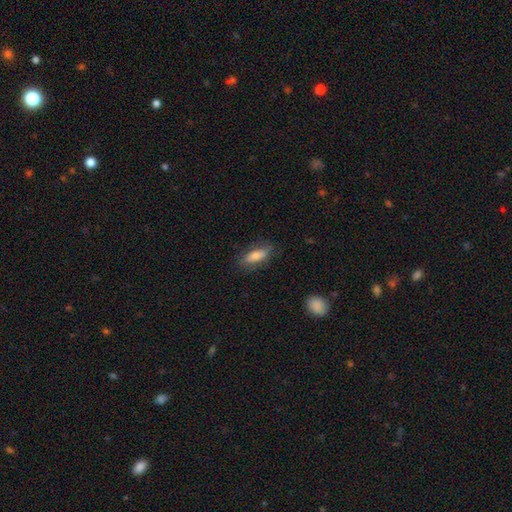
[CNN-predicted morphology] A smooth galaxy with no disk features (72%) that is in between round and cigar-shaped (69%).

Vote fractions:
- Smooth or featured? smooth: 72% / featured or disk: 20% / star or artifact: 7%
- How rounded? in between: 69% / cigar-shaped: 28% / round: 3%
- Merging? none: 76% / minor disturbance: 17% / major disturbance: 5% / merger: 1%